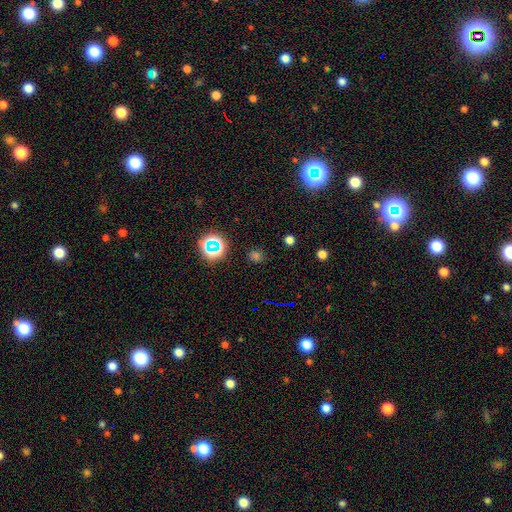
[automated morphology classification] A smooth galaxy with no disk features (48%).

Vote fractions:
- Smooth or featured? smooth: 48% / star or artifact: 46% / featured or disk: 6%
- Merging? none: 85% / minor disturbance: 9% / major disturbance: 3% / merger: 3%